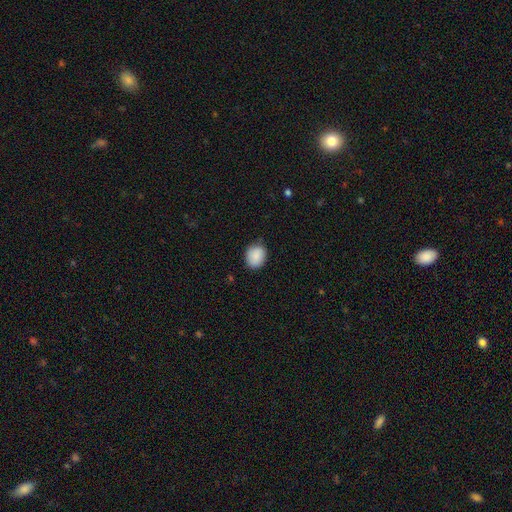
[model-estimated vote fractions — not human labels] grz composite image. It shows a smooth galaxy with no disk features (88%) that is round (54%). Merging: none (76%).